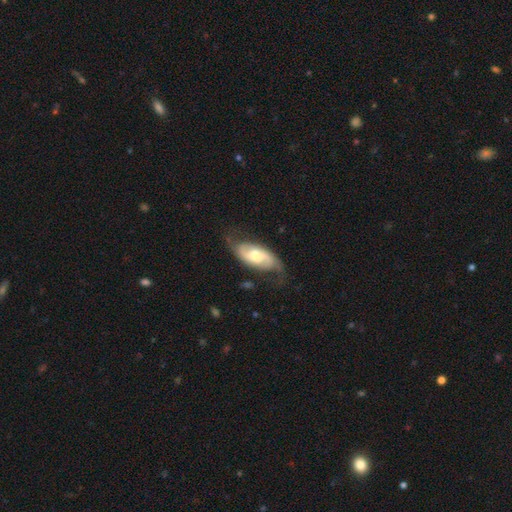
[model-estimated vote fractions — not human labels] featured or disk 70%, smooth 24%, star or artifact 5%. Down the decision tree: edge-on disk — no (93%); bar — no (49%); spiral arms — yes (90%); spiral arm count — 2 (86%); spiral winding — loose (42%); bulge size — moderate (65%); merging — none (64%).